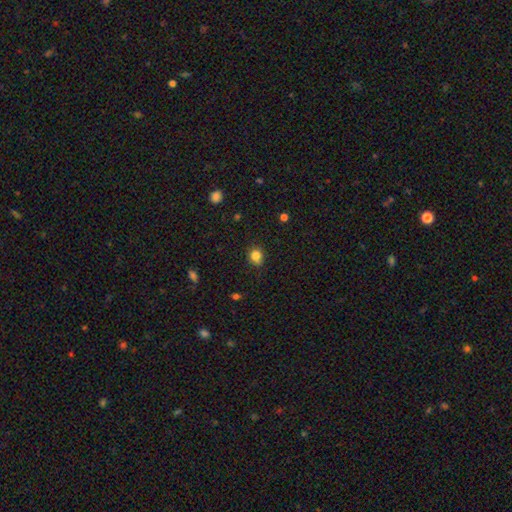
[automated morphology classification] Smooth or featured?
  - smooth: 82% *
  - star or artifact: 12%
  - featured or disk: 6%
How rounded?
  - round: 73% *
  - in between: 26%
  - cigar-shaped: 1%
Merging?
  - none: 74% *
  - minor disturbance: 20%
  - major disturbance: 4%
  - merger: 2%